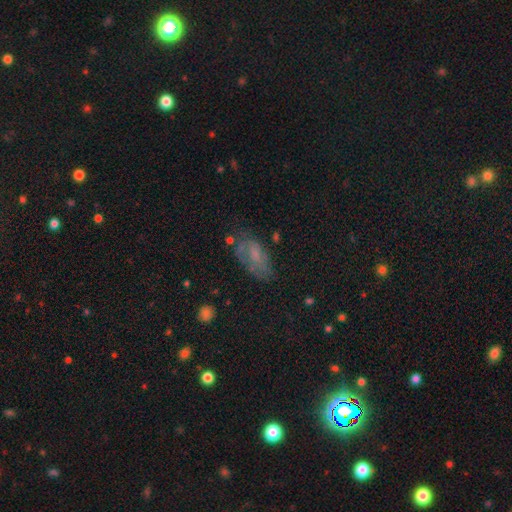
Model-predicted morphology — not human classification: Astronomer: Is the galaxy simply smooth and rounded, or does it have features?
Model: smooth — 50% (runner-up: featured or disk, 38%).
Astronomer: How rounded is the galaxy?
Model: in between — 87%.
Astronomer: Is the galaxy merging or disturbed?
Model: none — 51% (runner-up: minor disturbance, 27%).